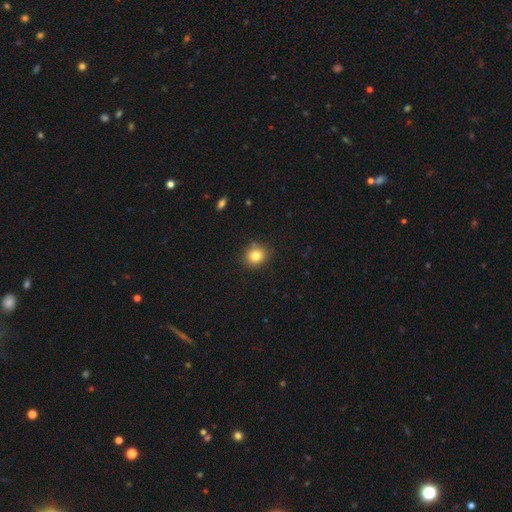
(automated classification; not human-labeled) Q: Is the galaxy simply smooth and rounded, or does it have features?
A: smooth — 82%.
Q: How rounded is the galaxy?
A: round — 81%.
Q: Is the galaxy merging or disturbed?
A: none — 84%.